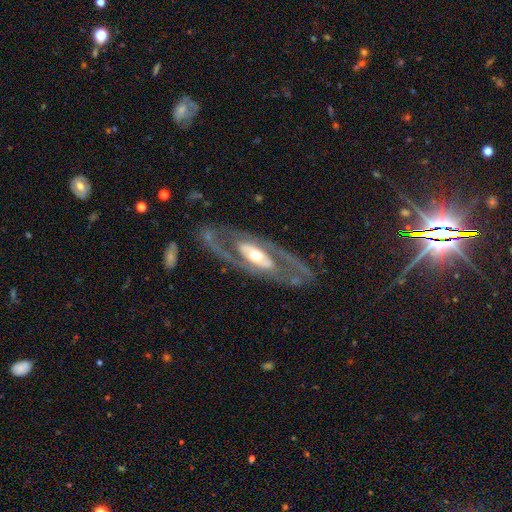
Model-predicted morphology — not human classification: Smooth or featured? Predicted: featured or disk (p=0.81). Edge-on disk? Predicted: no (p=0.86). Bar? Predicted: no (p=0.58). Spiral arms? Predicted: yes (p=0.59). Bulge size? Predicted: moderate (p=0.67). Merging? Predicted: none (p=0.74).